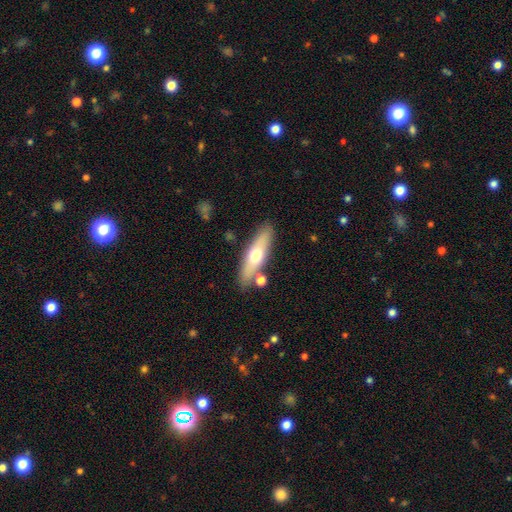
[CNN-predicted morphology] This appears to be a smooth galaxy with no disk features (55%) that is cigar-shaped (61%). Merging: none (78%).